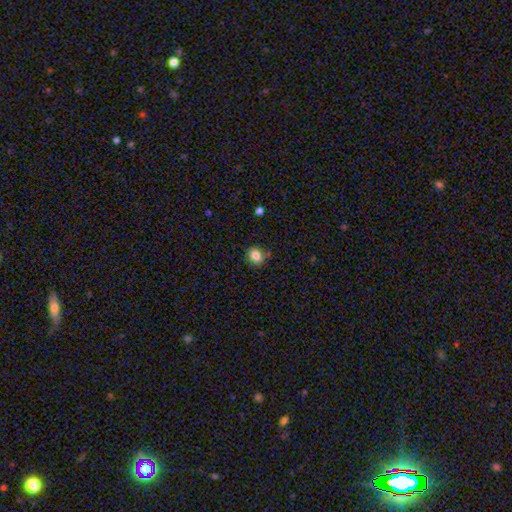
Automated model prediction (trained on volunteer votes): A smooth galaxy with no disk features (82%) that is round (58%).

Vote fractions:
- Smooth or featured? smooth: 82% / star or artifact: 10% / featured or disk: 8%
- How rounded? round: 58% / in between: 41% / cigar-shaped: 1%
- Merging? none: 79% / minor disturbance: 15% / major disturbance: 3% / merger: 3%